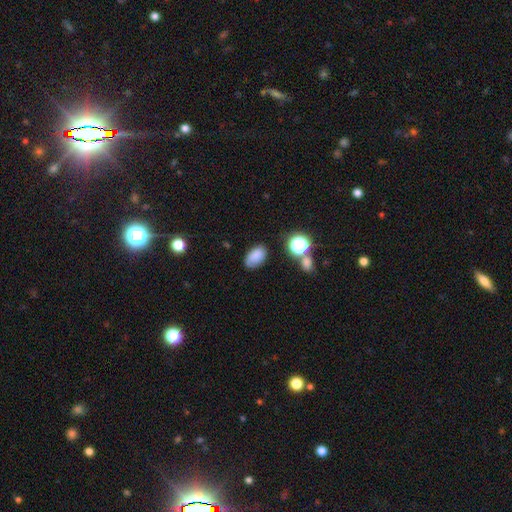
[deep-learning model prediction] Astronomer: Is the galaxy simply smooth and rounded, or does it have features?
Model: smooth — 80%.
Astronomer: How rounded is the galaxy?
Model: in between — 89%.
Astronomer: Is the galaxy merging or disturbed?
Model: none — 74%.